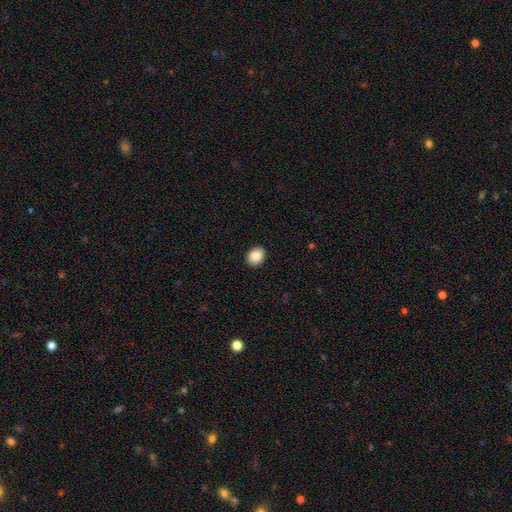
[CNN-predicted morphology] A smooth galaxy with no disk features (85%) that is round (51%). Merging: none (92%).